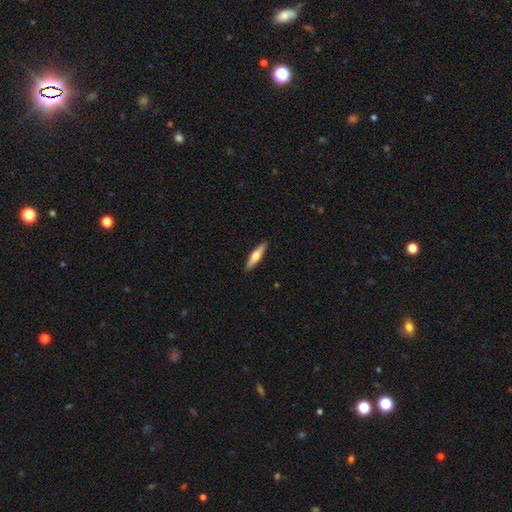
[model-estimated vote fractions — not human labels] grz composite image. It shows a smooth galaxy with no disk features (60%) that is cigar-shaped (75%). Merging: none (90%).